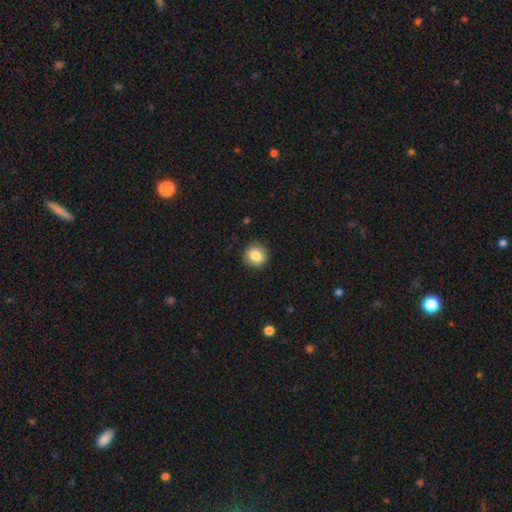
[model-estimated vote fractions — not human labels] Smooth or featured: smooth — 85% (star or artifact — 9%)
How rounded: round — 92% (in between — 7%)
Merging: none — 90% (minor disturbance — 7%)